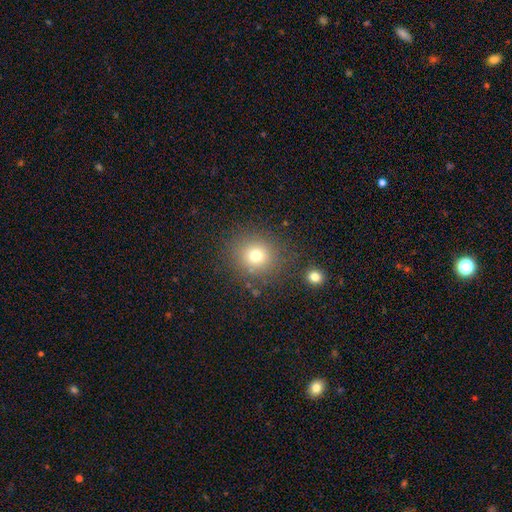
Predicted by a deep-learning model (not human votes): A smooth galaxy with no disk features (74%) that is round (87%). Merging: none (83%).